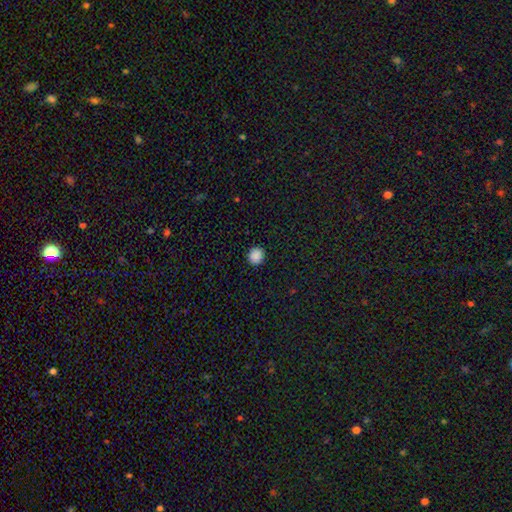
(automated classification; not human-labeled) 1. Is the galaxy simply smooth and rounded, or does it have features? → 88% smooth, 10% star or artifact, 2% featured or disk.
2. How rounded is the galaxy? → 83% round, 16% in between, 1% cigar-shaped.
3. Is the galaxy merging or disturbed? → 92% none, 6% minor disturbance, 2% major disturbance, 1% merger.